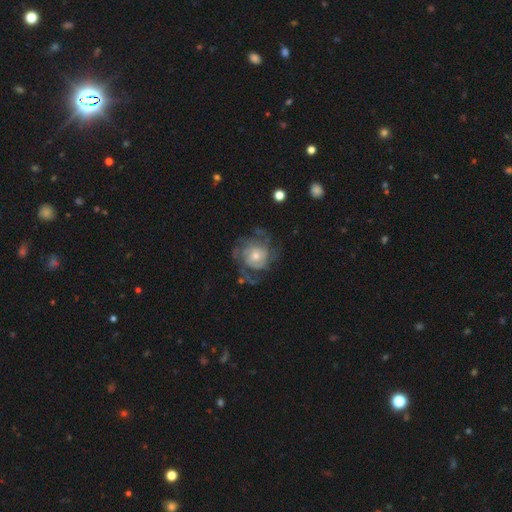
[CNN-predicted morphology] Overall: featured or disk (78%). Edge-on disk: no (98%). Bar: no (77%). Spiral arms: yes (88%). Spiral arm count: can't tell (40%; 3 18%). Spiral winding: tight (50%; medium 35%). Bulge size: moderate (49%; small 42%). Merging: none (58%; major disturbance 22%).